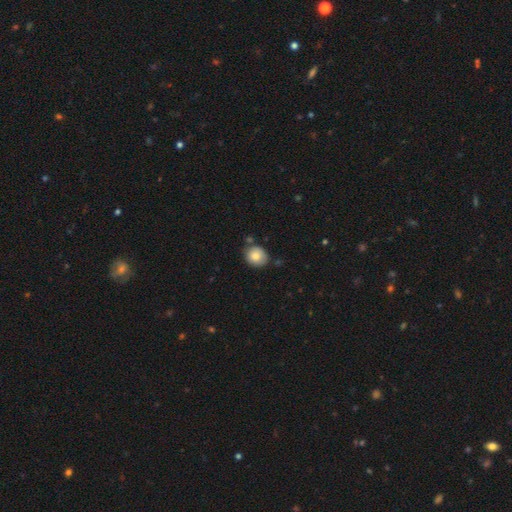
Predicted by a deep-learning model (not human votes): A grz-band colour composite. It shows a smooth galaxy with no disk features (81%) that is round (75%). Merging: none (70%).